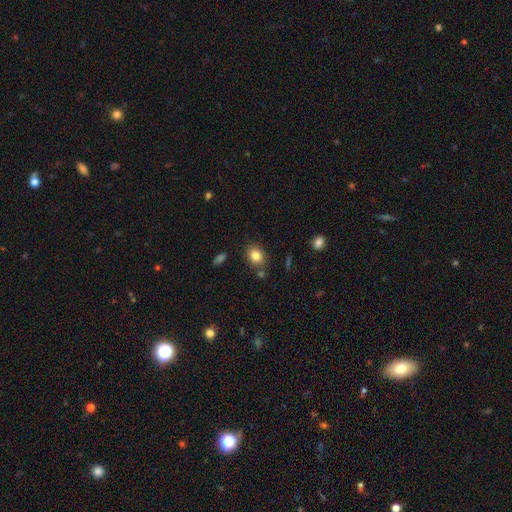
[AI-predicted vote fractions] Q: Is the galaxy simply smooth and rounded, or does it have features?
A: smooth — 83%.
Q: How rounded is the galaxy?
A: in between — 53%.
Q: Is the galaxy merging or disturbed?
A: none — 78%.